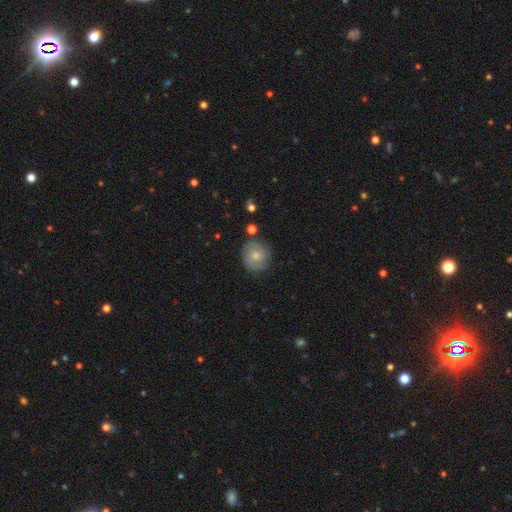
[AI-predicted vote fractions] The model was most divided on "smooth or featured": smooth: 47%, featured or disk: 45%, star or artifact: 8%. More confident: merging — none (78%).